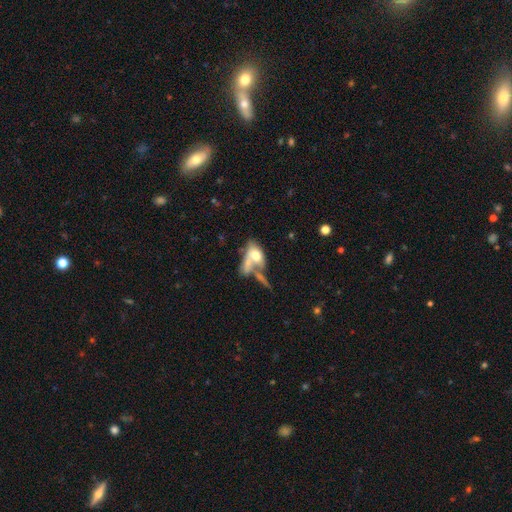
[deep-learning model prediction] Smooth or featured: smooth — 57% (featured or disk — 35%)
How rounded: in between — 81% (cigar-shaped — 10%)
Merging: merger — 51% (none — 20%)